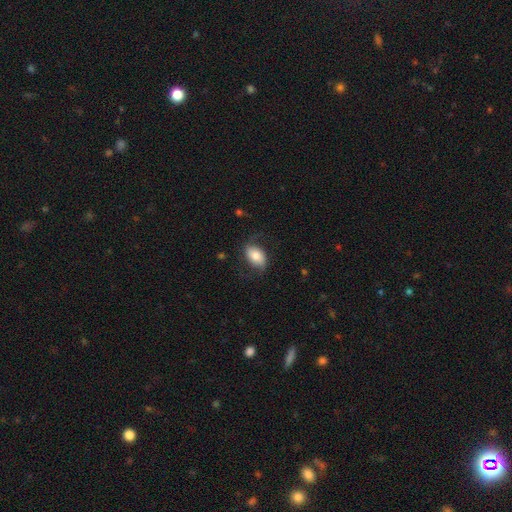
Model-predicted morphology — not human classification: Q: Smooth or featured?
A: smooth (60%); runner-up: featured or disk (32%)
Q: How rounded?
A: in between (86%); runner-up: round (12%)
Q: Merging?
A: none (66%); runner-up: minor disturbance (20%)